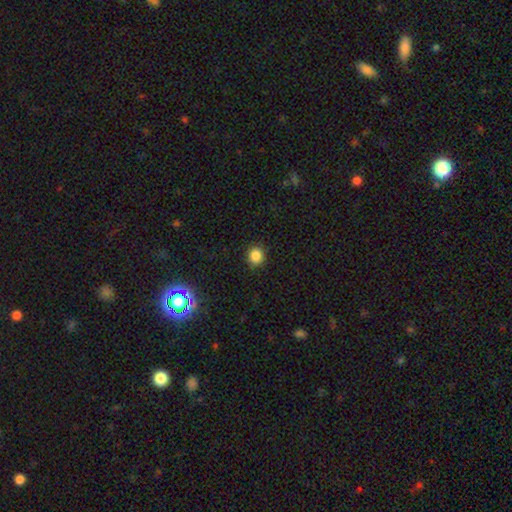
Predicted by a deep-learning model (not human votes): This appears to be a smooth galaxy with no disk features (84%) that is round (87%). Merging: none (91%).